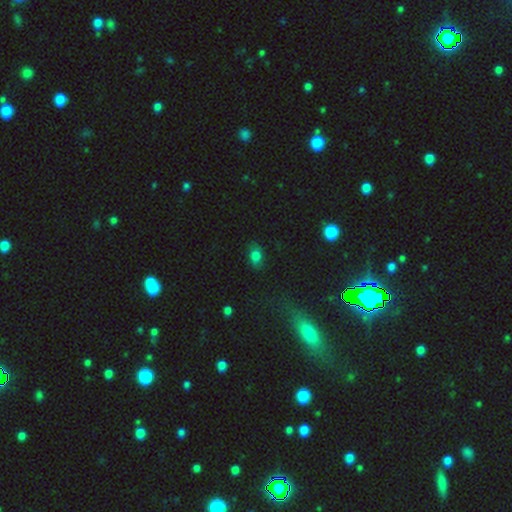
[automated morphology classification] A smooth galaxy with no disk features (70%) that is in between round and cigar-shaped (75%).

Vote fractions:
- Smooth or featured? smooth: 70% / star or artifact: 16% / featured or disk: 14%
- How rounded? in between: 75% / round: 23% / cigar-shaped: 2%
- Merging? none: 74% / minor disturbance: 18% / major disturbance: 6% / merger: 2%